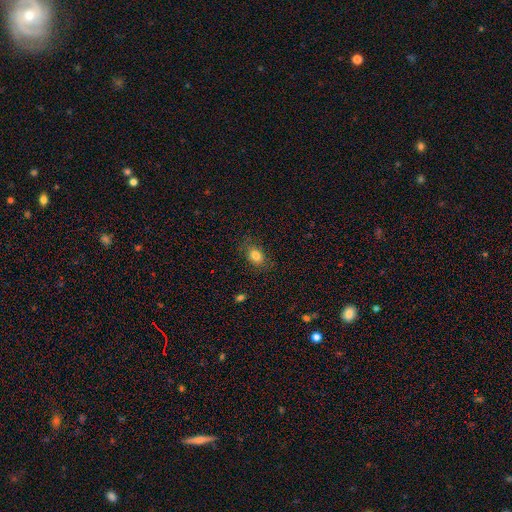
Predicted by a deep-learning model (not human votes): Smooth or featured? smooth (82%)
How rounded? in between (73%)
Merging? none (78%)